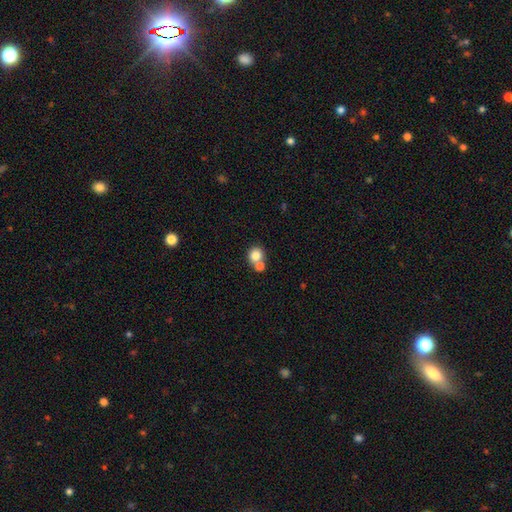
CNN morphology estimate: type=smooth (81%); roundness=round (85%); merging=none (46%).